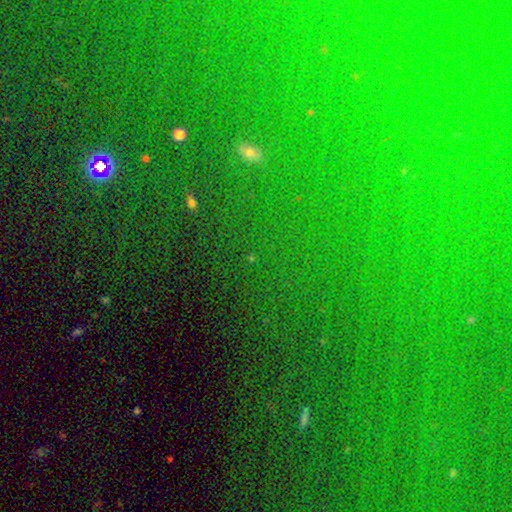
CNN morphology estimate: Overall: star or artifact (79%).